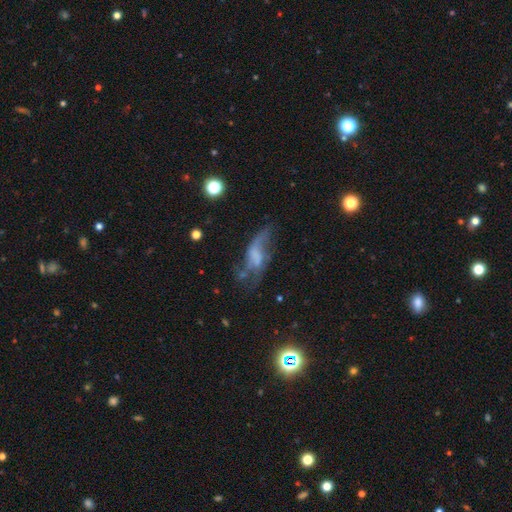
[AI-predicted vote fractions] smooth_or_featured: featured or disk (p=0.60) [alt: smooth p=0.27]
disk_edge_on: no (p=0.90) [alt: yes p=0.10]
bar: no (p=0.58) [alt: weak p=0.31]
has_spiral_arms: yes (p=0.67) [alt: no p=0.33]
bulge_size: none (p=0.60) [alt: small p=0.17]
merging: major disturbance (p=0.36) [alt: none p=0.34]